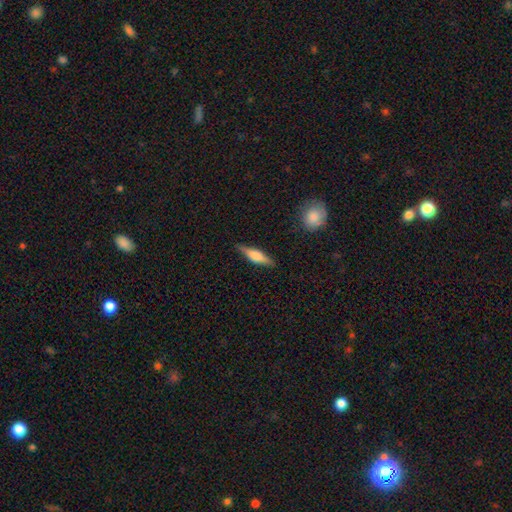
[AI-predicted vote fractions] Smooth or featured: smooth — 49% (featured or disk — 45%)
Merging: none — 85% (minor disturbance — 11%)